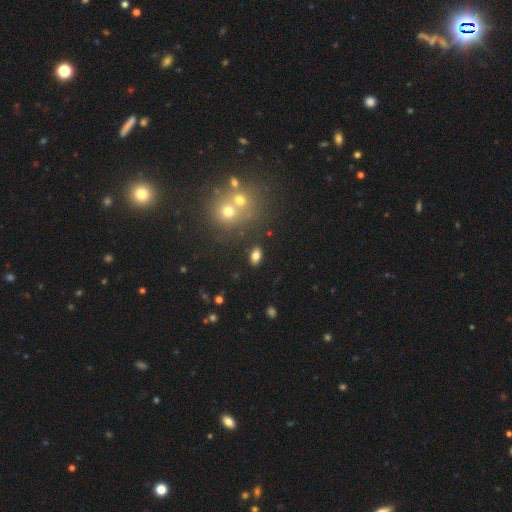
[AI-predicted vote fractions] Smooth or featured: smooth — 78% (star or artifact — 13%)
How rounded: in between — 87% (round — 10%)
Merging: none — 84% (minor disturbance — 9%)